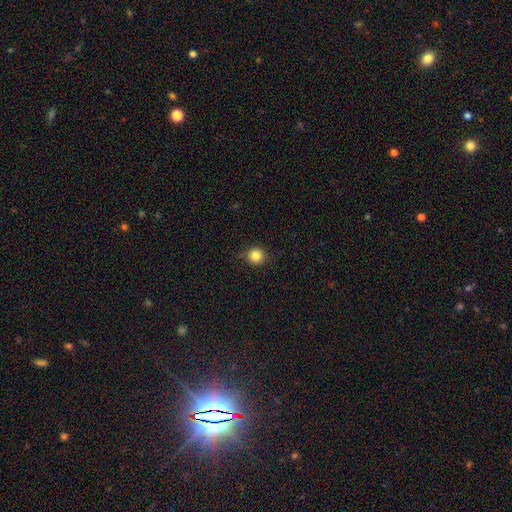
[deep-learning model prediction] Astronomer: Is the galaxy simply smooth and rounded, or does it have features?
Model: smooth — 84%.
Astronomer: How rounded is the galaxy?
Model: round — 93%.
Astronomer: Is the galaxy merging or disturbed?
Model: none — 87%.